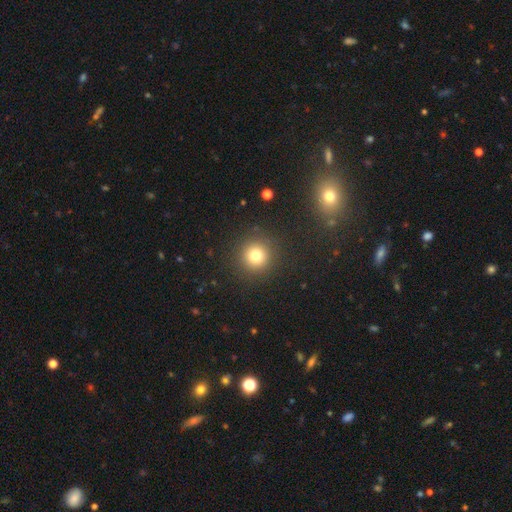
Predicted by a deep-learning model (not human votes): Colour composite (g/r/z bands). It shows a smooth galaxy with no disk features (77%) that is round (95%). Merging: none (90%).